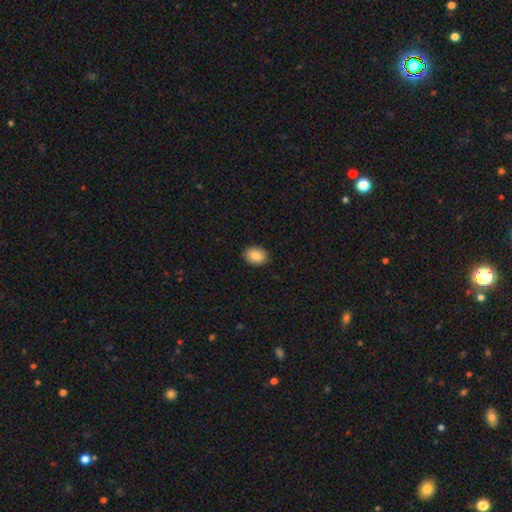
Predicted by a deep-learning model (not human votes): This appears to be a smooth galaxy with no disk features (87%) that is in between round and cigar-shaped (68%). Merging: none (90%).